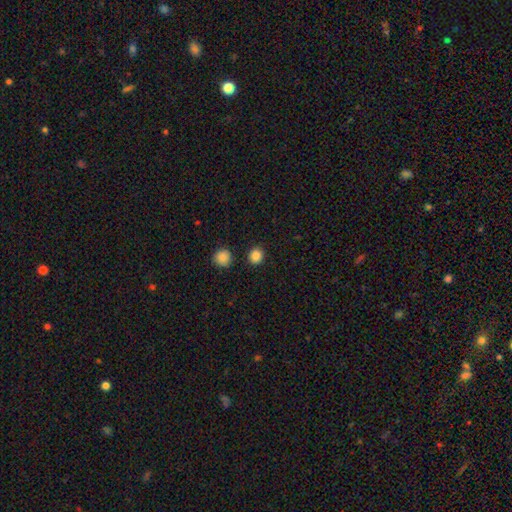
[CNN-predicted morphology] Smooth or featured?
  - smooth: 86% *
  - star or artifact: 11%
  - featured or disk: 3%
How rounded?
  - round: 80% *
  - in between: 19%
  - cigar-shaped: 1%
Merging?
  - none: 88% *
  - minor disturbance: 6%
  - merger: 4%
  - major disturbance: 2%